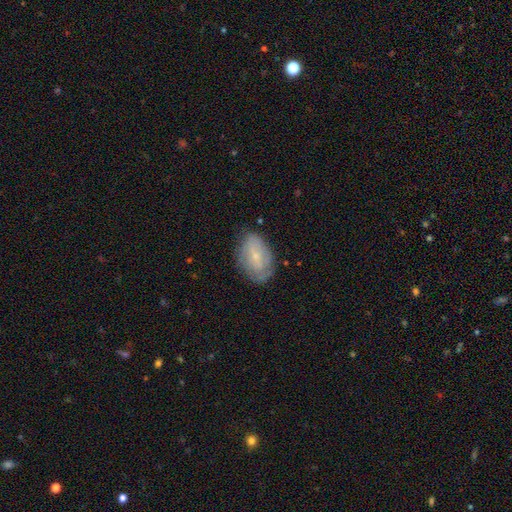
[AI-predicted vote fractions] This is possibly a featured or disk galaxy (48%). Merging: likely none (67%).